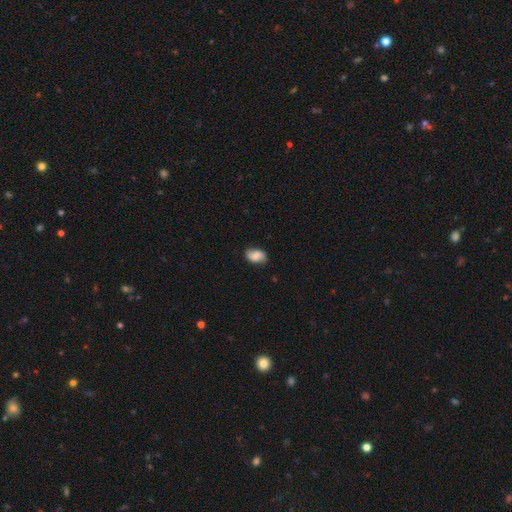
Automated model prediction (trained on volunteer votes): A smooth galaxy with no disk features (64%) that is in between round and cigar-shaped (86%).

Vote fractions:
- Smooth or featured? smooth: 64% / featured or disk: 26% / star or artifact: 9%
- How rounded? in between: 86% / round: 13% / cigar-shaped: 2%
- Merging? none: 78% / minor disturbance: 17% / major disturbance: 4% / merger: 1%